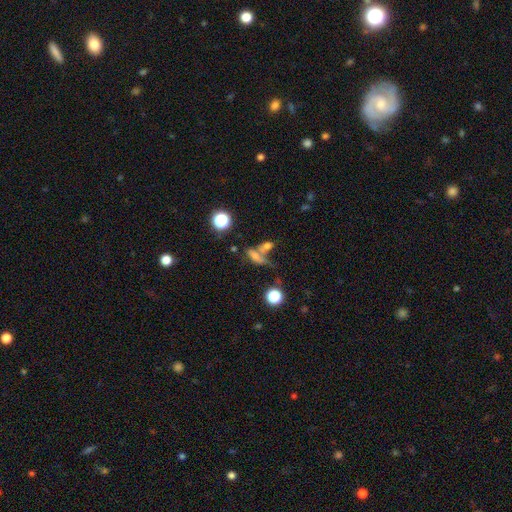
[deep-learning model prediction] A smooth galaxy with no disk features (56%) that is in between round and cigar-shaped (58%). Merging: merger (48%).